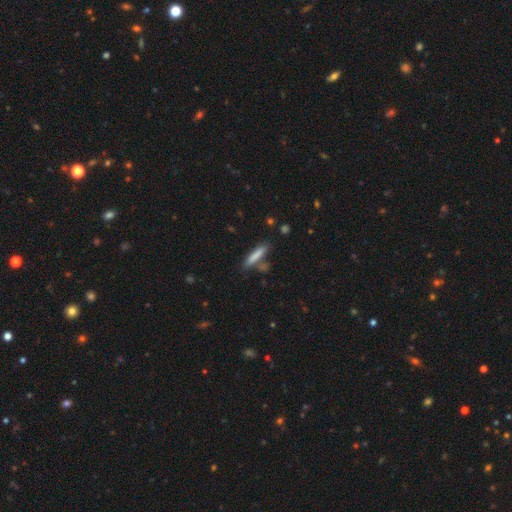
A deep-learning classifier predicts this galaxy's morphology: This is likely a smooth galaxy (80%). How rounded: clearly cigar-shaped (86%). Merging: likely none (75%).